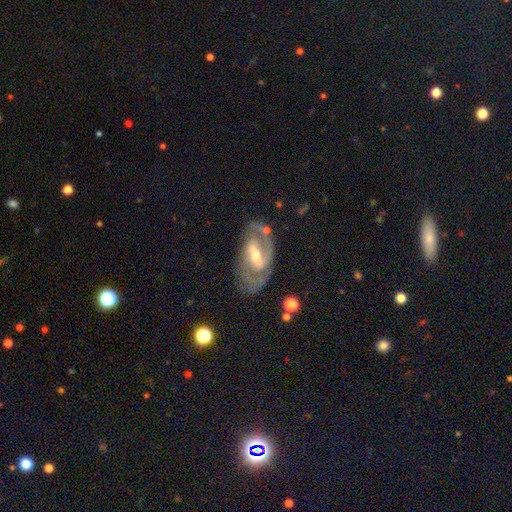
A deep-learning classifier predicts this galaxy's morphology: Smooth or featured? Predicted: featured or disk (p=0.81). Edge-on disk? Predicted: no (p=0.94). Bar? Predicted: weak (p=0.45). Spiral arms? Predicted: yes (p=0.86). Spiral winding? Predicted: medium (p=0.48). Spiral arm count? Predicted: 2 (p=0.72). Bulge size? Predicted: moderate (p=0.51). Merging? Predicted: none (p=0.64).